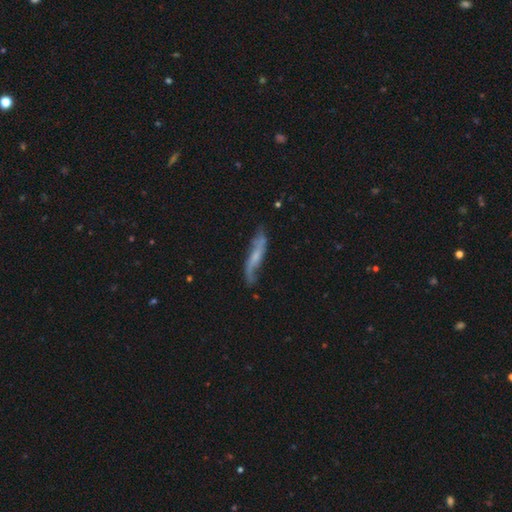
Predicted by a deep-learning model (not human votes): The model was most divided on "edge-on disk": no: 61%, yes: 39%. More confident: smooth or featured — featured or disk (66%); merging — none (62%).